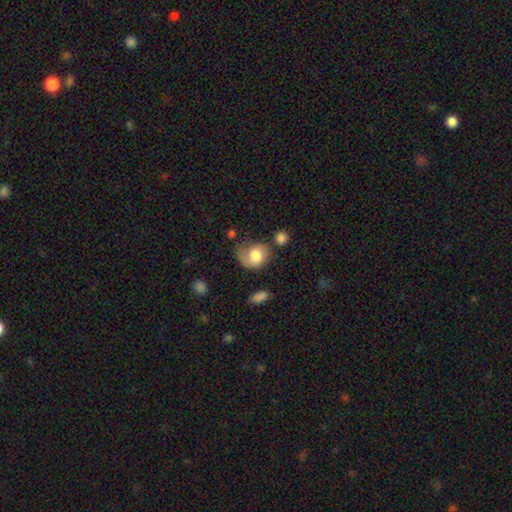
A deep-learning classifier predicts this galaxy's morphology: smooth 59%, featured or disk 33%, star or artifact 8%. Down the decision tree: how rounded — round (56%); merging — none (40%).